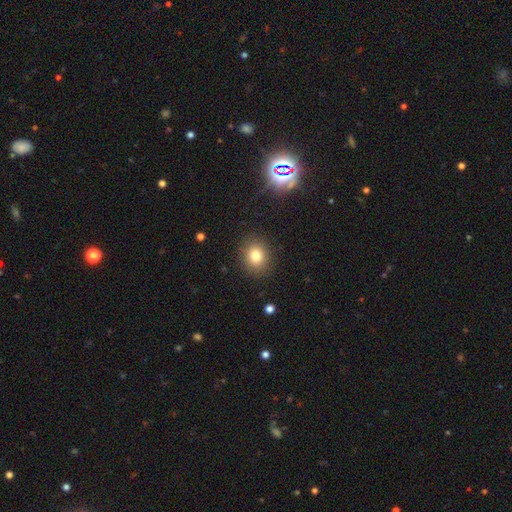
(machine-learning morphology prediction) Smooth or featured?
  - smooth: 81% *
  - star or artifact: 12%
  - featured or disk: 8%
How rounded?
  - round: 65% *
  - in between: 34%
  - cigar-shaped: 1%
Merging?
  - none: 87% *
  - minor disturbance: 9%
  - major disturbance: 3%
  - merger: 1%